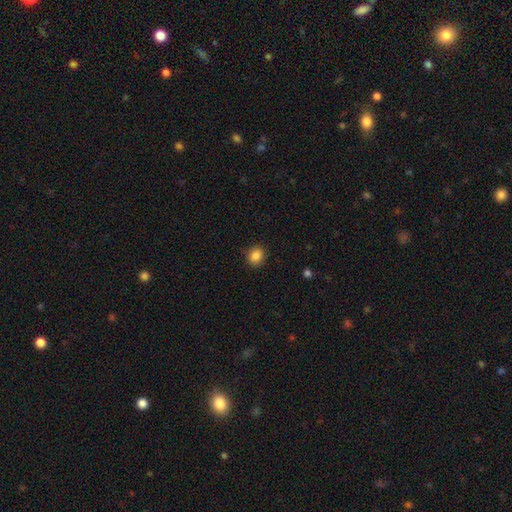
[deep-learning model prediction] Morphology: type=smooth (86%); roundness=round (70%); merging=none (87%).